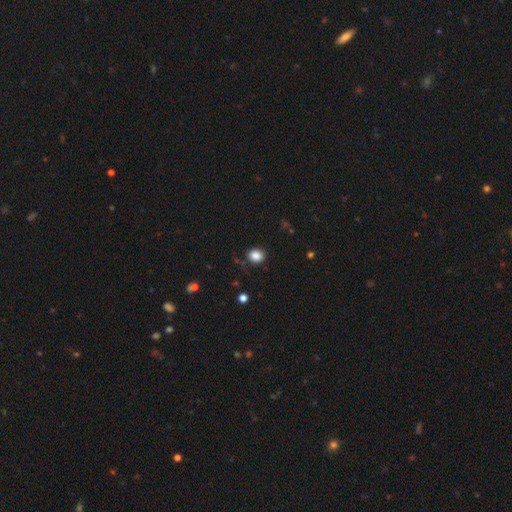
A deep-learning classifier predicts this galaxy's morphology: Q: Smooth or featured?
A: smooth (86%); runner-up: star or artifact (10%)
Q: How rounded?
A: round (62%); runner-up: in between (37%)
Q: Merging?
A: none (83%); runner-up: minor disturbance (12%)